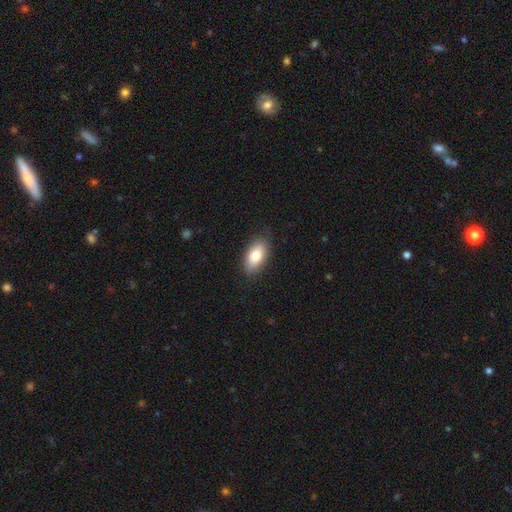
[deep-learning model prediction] The model was most divided on "smooth or featured": smooth: 80%, featured or disk: 13%, star or artifact: 7%. More confident: how rounded — in between (92%); merging — none (86%).